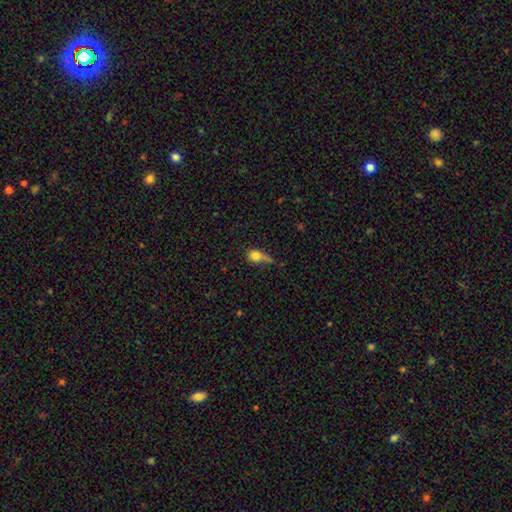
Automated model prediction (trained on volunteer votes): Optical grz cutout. It shows a smooth galaxy with no disk features (75%) that is round (64%). Merging: none (37%).